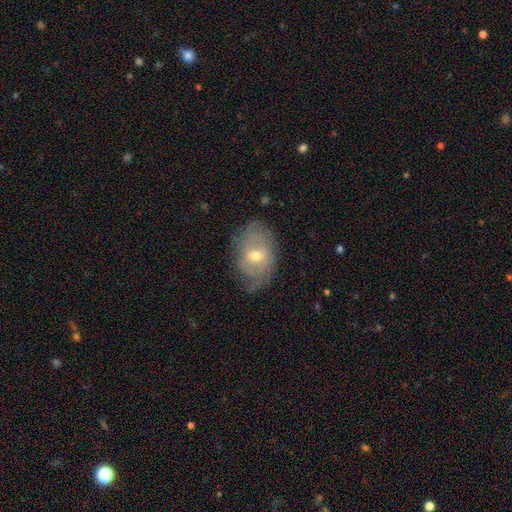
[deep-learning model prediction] Smooth or featured? featured or disk (62%)
Edge-on disk? no (93%)
Bar? weak (45%, tied with no)
Spiral arms? yes (72%)
Bulge size? moderate (64%)
Merging? none (68%)